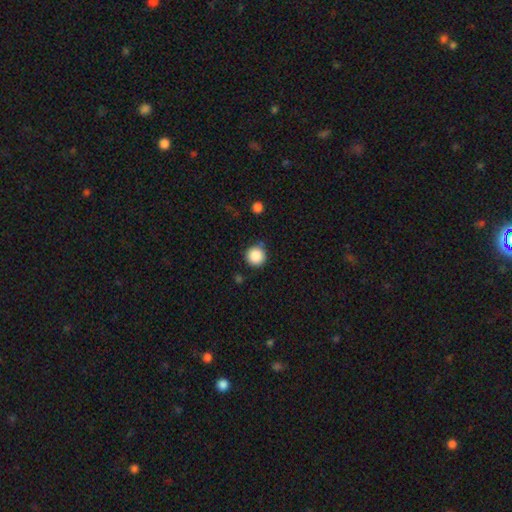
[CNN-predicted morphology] The model was most divided on "merging": none: 82%, minor disturbance: 12%, major disturbance: 3%, merger: 3%. More confident: how rounded — round (96%); smooth or featured — smooth (87%).